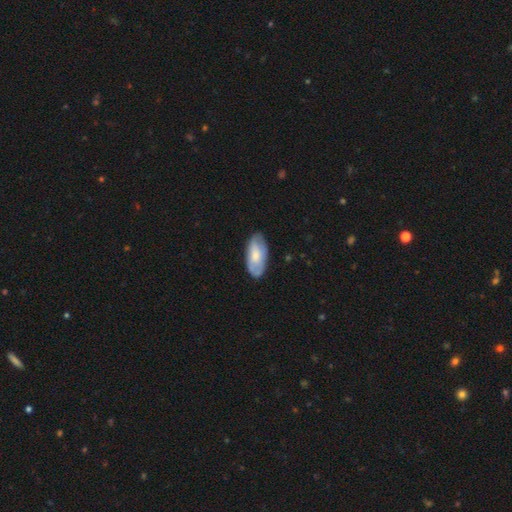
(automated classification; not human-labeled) Smooth or featured?
  - smooth: 61% *
  - featured or disk: 34%
  - star or artifact: 6%
How rounded?
  - in between: 91% *
  - cigar-shaped: 6%
  - round: 2%
Merging?
  - none: 75% *
  - minor disturbance: 19%
  - major disturbance: 4%
  - merger: 1%